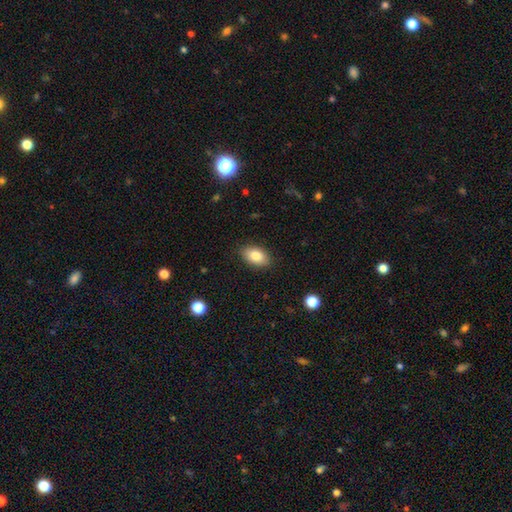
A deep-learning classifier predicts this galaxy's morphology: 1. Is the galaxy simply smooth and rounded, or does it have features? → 83% smooth, 9% featured or disk, 7% star or artifact.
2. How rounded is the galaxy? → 91% in between, 7% round, 2% cigar-shaped.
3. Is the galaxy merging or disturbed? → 87% none, 10% minor disturbance, 2% major disturbance, 1% merger.